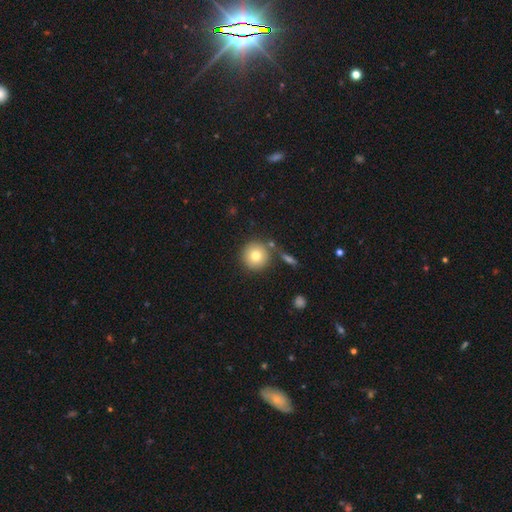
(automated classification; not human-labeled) smooth-or-featured: smooth: 76% | featured or disk: 13% | star or artifact: 11%
  how-rounded: round: 95% | in between: 4% | cigar-shaped: 1%
  merging: none: 79% | merger: 9% | minor disturbance: 9% | major disturbance: 3%